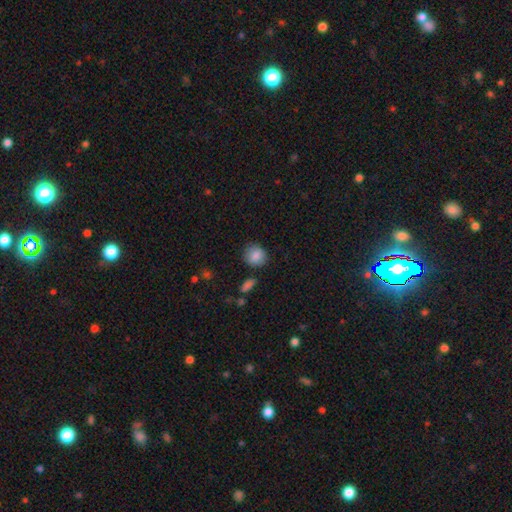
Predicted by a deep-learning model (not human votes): This appears to be a smooth galaxy with no disk features (85%) that is round (82%). Merging: none (84%).